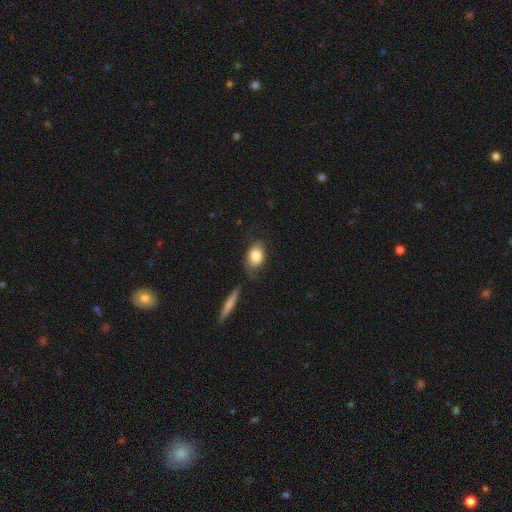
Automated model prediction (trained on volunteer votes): Smooth or featured?
  - smooth: 80% *
  - featured or disk: 13%
  - star or artifact: 7%
How rounded?
  - in between: 81% *
  - round: 16%
  - cigar-shaped: 3%
Merging?
  - none: 60% *
  - minor disturbance: 24%
  - major disturbance: 9%
  - merger: 7%